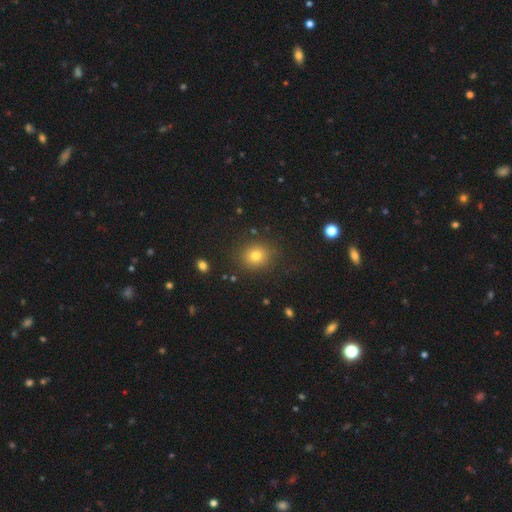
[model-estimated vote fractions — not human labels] A smooth galaxy with no disk features (77%) that is round (80%). Merging: none (86%).